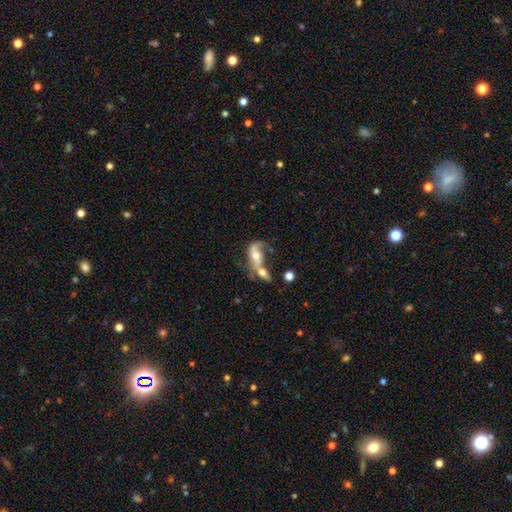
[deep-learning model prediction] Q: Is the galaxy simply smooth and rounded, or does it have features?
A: featured or disk — 59%.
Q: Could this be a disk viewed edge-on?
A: no — 90%.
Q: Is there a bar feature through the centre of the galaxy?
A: no — 58%.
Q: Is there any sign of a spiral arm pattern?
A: yes — 75%.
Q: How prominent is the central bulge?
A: moderate — 58%.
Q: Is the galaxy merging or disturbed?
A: merger — 53%.